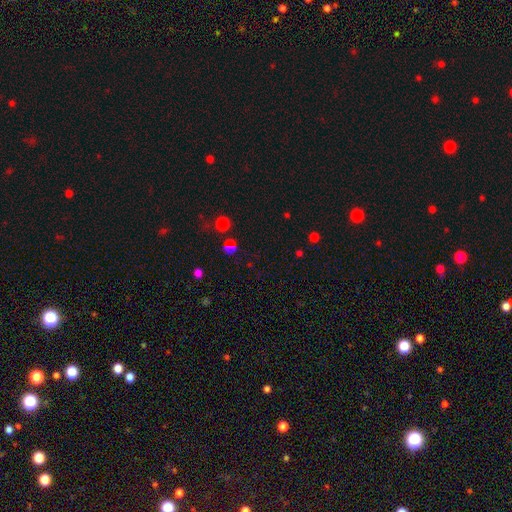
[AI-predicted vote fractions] Overall: star or artifact (56%; smooth 36%).